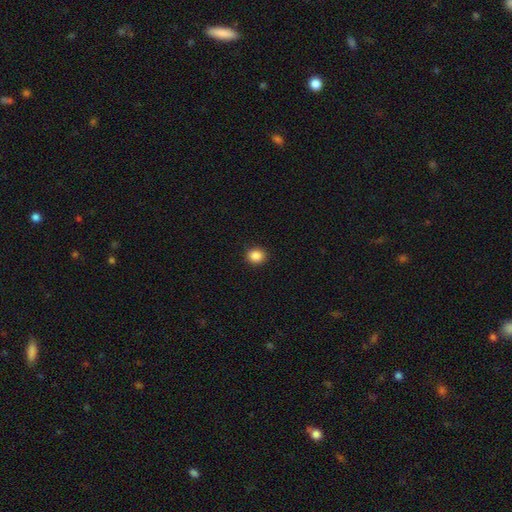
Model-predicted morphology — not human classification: A smooth galaxy with no disk features (87%) that is round (75%). Merging: none (91%).